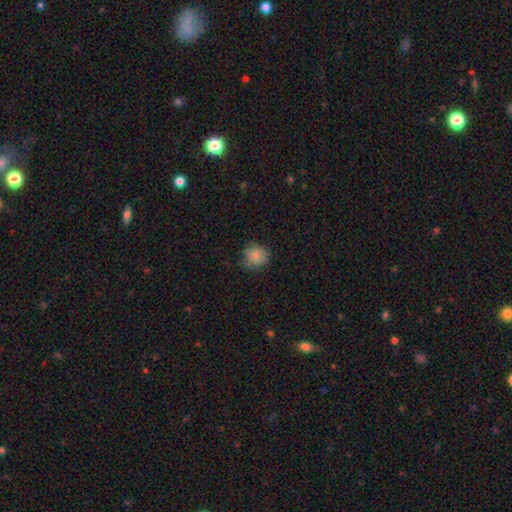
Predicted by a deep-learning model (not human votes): A smooth galaxy with no disk features (81%) that is round (84%). Merging: none (74%).